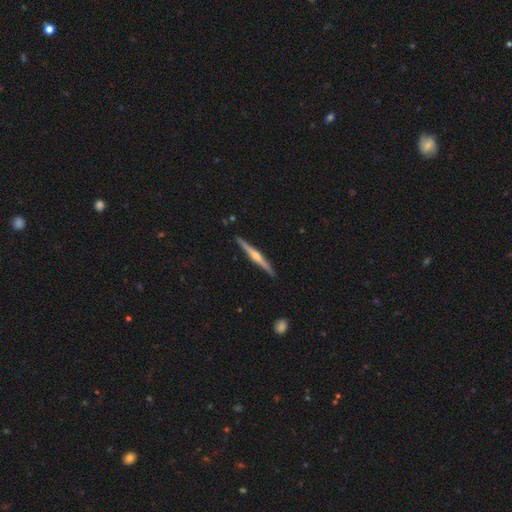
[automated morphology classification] featured or disk 79%, smooth 15%, star or artifact 5%. Down the decision tree: edge-on disk — yes (98%); edge-on bulge — rounded (88%); merging — none (92%).